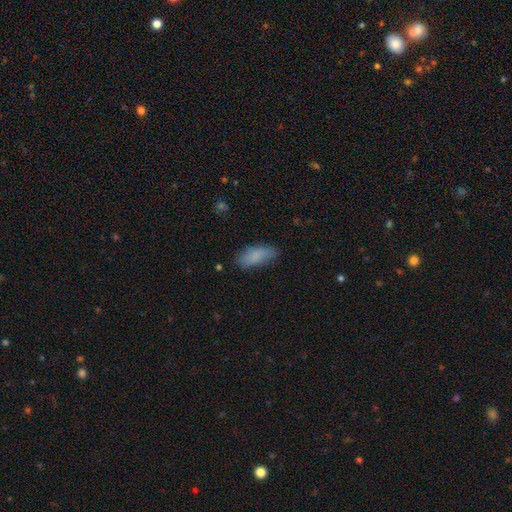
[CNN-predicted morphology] smooth 85%, featured or disk 8%, star or artifact 7%. Down the decision tree: how rounded — in between (82%); merging — none (78%).